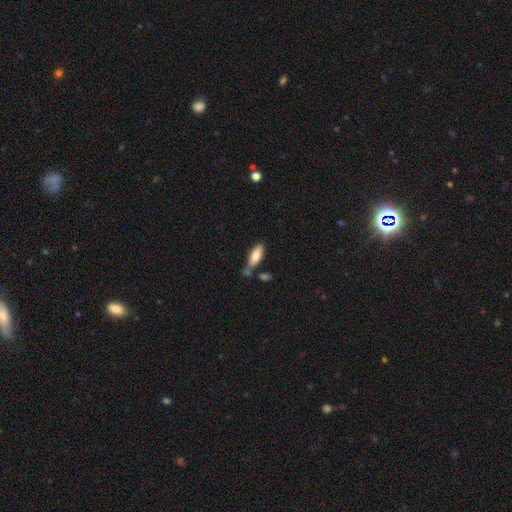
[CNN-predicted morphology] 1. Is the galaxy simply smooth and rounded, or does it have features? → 80% smooth, 14% featured or disk, 6% star or artifact.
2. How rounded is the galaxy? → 70% in between, 28% cigar-shaped, 2% round.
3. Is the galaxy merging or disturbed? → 54% none, 21% merger, 19% minor disturbance, 5% major disturbance.